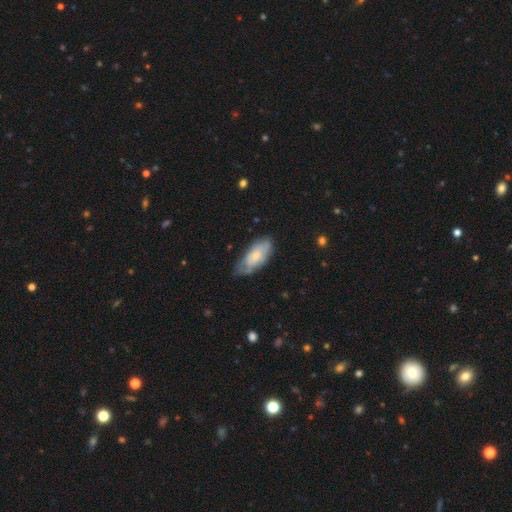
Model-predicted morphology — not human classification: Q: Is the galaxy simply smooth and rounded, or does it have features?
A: smooth — 58%.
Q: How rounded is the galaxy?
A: in between — 88%.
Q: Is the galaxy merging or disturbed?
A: none — 57%.